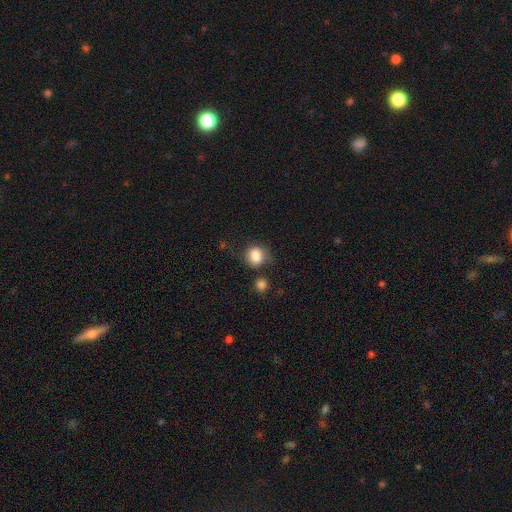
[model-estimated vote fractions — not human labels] Smooth or featured? Predicted: smooth (p=0.85). How rounded? Predicted: round (p=0.64). Merging? Predicted: none (p=0.65).